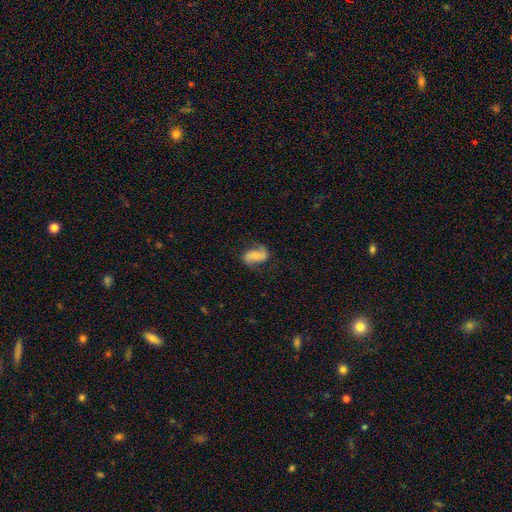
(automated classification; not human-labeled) The model was most divided on "bulge size": small: 44%, moderate: 41%, none: 8%, large: 5%, dominant: 2%. Remaining: edge-on disk — no (96%); spiral arms — yes (92%); spiral arm count — 2 (90%); merging — none (74%); smooth or featured — featured or disk (68%); spiral winding — loose (53%); bar — no (41%).